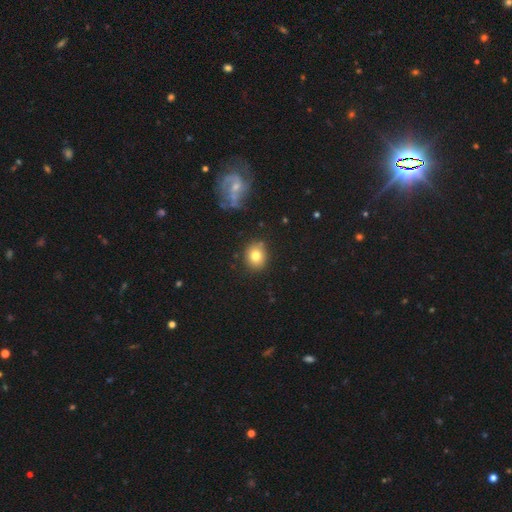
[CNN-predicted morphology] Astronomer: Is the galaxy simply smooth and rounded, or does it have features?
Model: smooth — 77%.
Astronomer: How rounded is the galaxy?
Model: round — 76%.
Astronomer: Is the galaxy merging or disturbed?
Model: none — 84%.